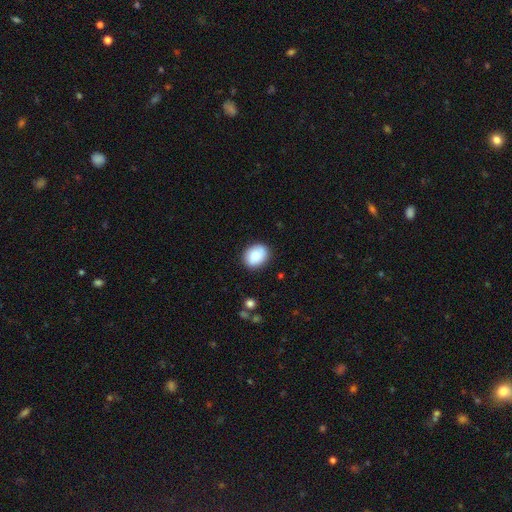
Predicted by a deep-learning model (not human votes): Smooth or featured? smooth (85%)
How rounded? in between (52%)
Merging? none (85%)